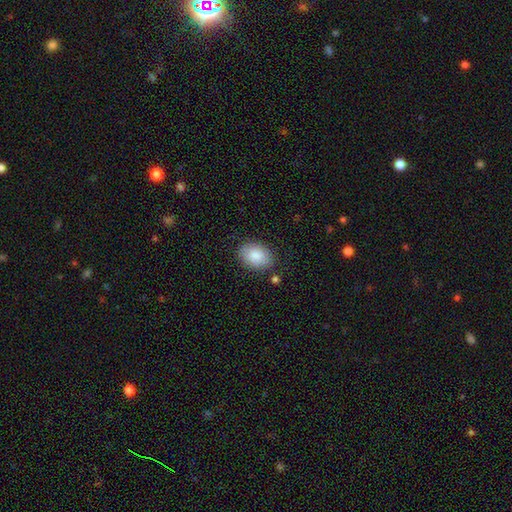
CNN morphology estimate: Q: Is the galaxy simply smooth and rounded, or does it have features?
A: smooth — 87%.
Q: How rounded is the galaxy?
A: in between — 81%.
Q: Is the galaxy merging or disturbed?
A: none — 82%.